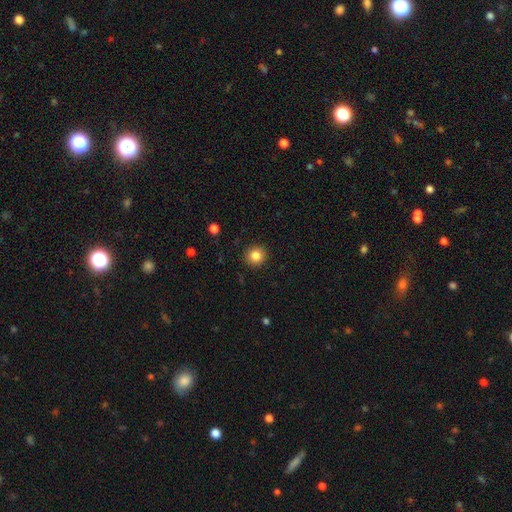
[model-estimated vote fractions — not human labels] Smooth or featured?
  - smooth: 84% *
  - star or artifact: 10%
  - featured or disk: 6%
How rounded?
  - round: 93% *
  - in between: 6%
  - cigar-shaped: 1%
Merging?
  - none: 92% *
  - minor disturbance: 5%
  - major disturbance: 2%
  - merger: 1%